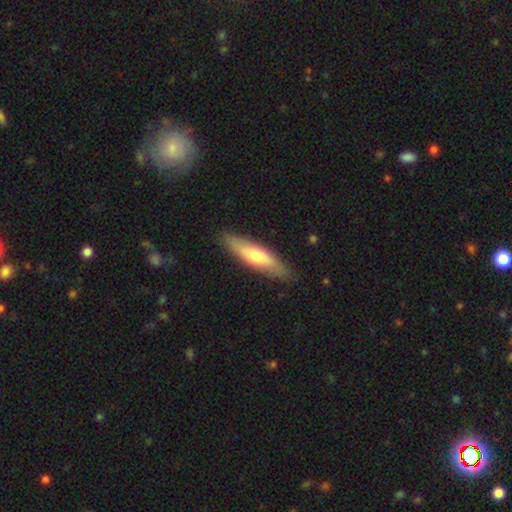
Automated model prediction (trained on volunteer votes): A smooth galaxy with no disk features (57%) that is cigar-shaped (74%). Merging: none (87%).